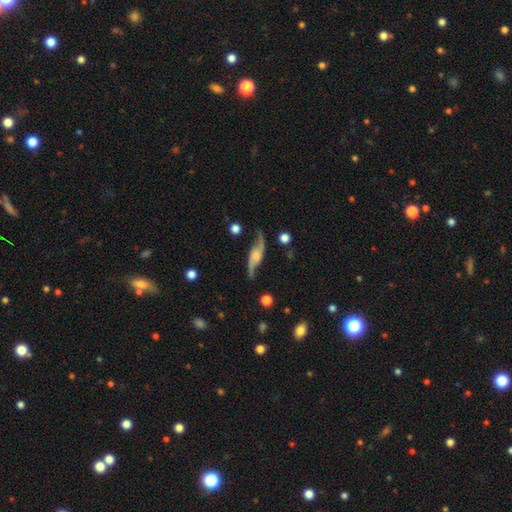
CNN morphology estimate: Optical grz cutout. It shows a featured or disk galaxy (85%) with no bar (57%), 2 (93%) loose (82%) spiral arms (96%) and a moderate central bulge (28%). Merging: none (75%).